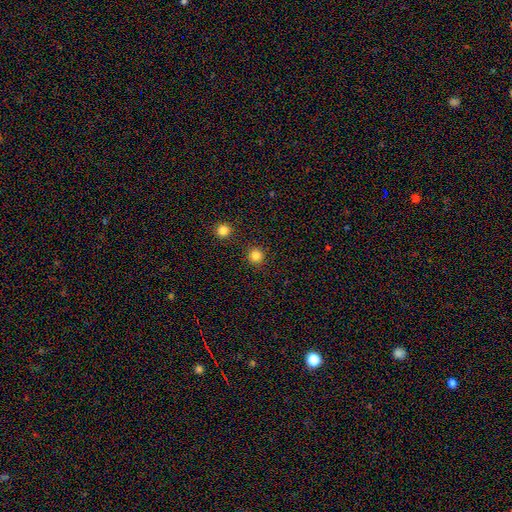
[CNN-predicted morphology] The model was most divided on "smooth or featured": smooth: 83%, star or artifact: 13%, featured or disk: 4%. More confident: how rounded — round (95%); merging — none (91%).